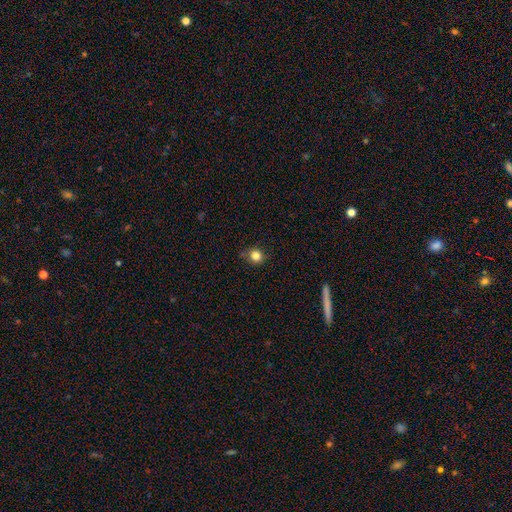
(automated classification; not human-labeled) smooth-or-featured: smooth: 83% | star or artifact: 12% | featured or disk: 5%
  how-rounded: round: 86% | in between: 13% | cigar-shaped: 1%
  merging: none: 81% | minor disturbance: 14% | major disturbance: 3% | merger: 2%